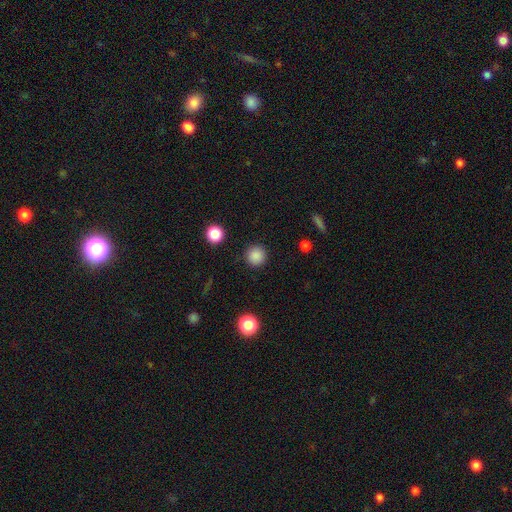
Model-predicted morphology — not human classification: This is clearly a smooth galaxy (86%). How rounded: clearly round (95%). Merging: clearly none (91%).